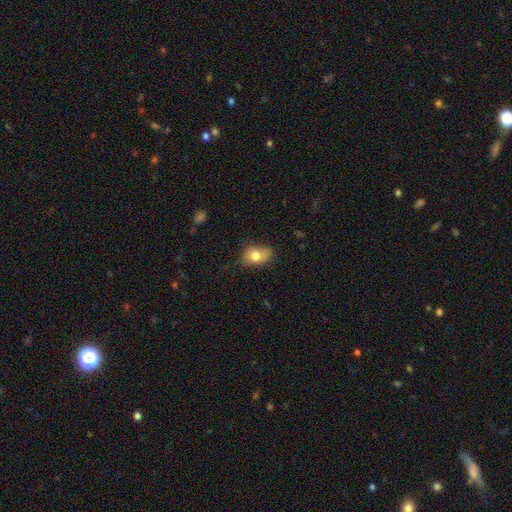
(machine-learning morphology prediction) smooth 78%, featured or disk 13%, star or artifact 9%. Down the decision tree: how rounded — in between (77%); merging — none (63%).